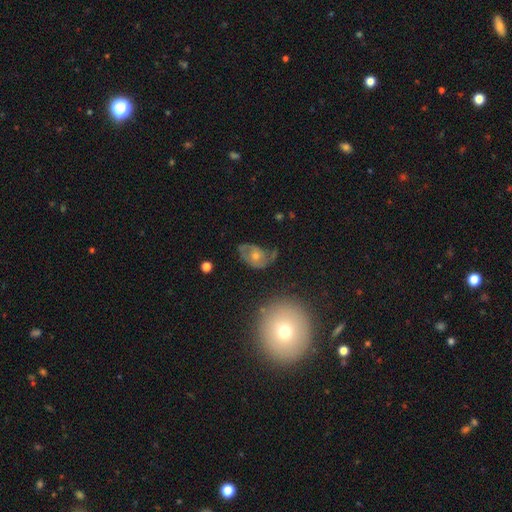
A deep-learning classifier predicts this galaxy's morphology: Smooth or featured?
  - featured or disk: 53% *
  - smooth: 33%
  - star or artifact: 14%
Edge-on disk?
  - no: 96% *
  - yes: 4%
Bar?
  - no: 80% *
  - weak: 17%
  - strong: 3%
Spiral arms?
  - yes: 62% *
  - no: 38%
Bulge size?
  - moderate: 55% *
  - small: 38%
  - large: 3%
  - none: 2%
  - dominant: 1%
Merging?
  - none: 51% *
  - minor disturbance: 25%
  - major disturbance: 19%
  - merger: 5%